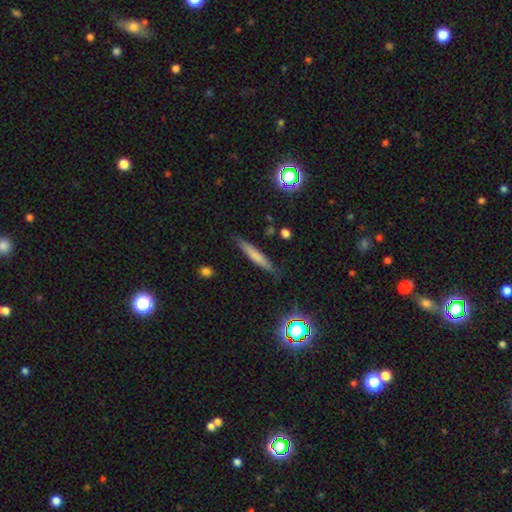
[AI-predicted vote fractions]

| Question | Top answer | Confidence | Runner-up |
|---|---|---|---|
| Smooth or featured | smooth | 66% | featured or disk (26%) |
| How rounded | cigar-shaped | 91% | in between (7%) |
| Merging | none | 84% | minor disturbance (11%) |